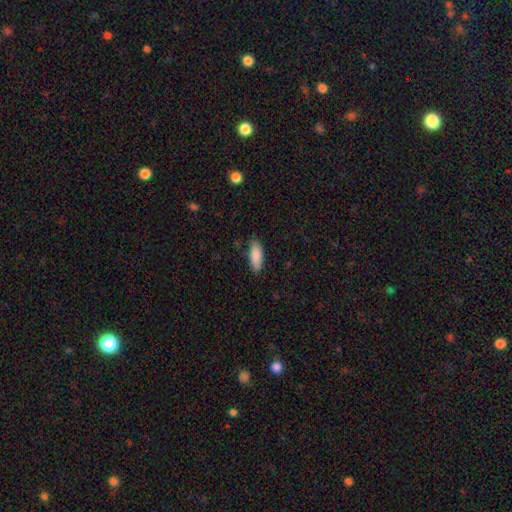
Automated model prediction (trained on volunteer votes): This is clearly a smooth galaxy (88%). How rounded: likely in between (69%). Merging: clearly none (81%).